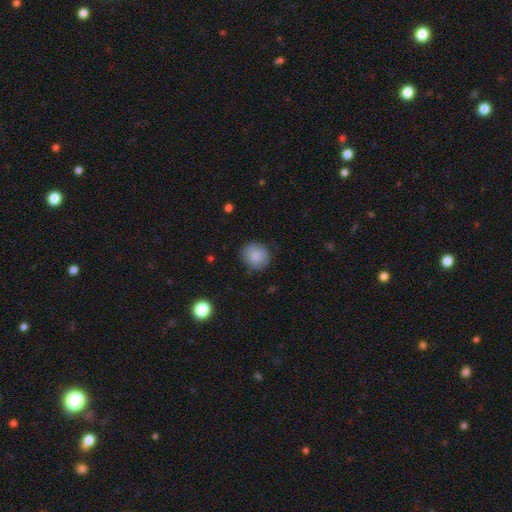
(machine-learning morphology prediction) smooth_or_featured: smooth (p=0.86) [alt: star or artifact p=0.07]
how_rounded: round (p=0.85) [alt: in between p=0.14]
merging: none (p=0.83) [alt: minor disturbance p=0.13]